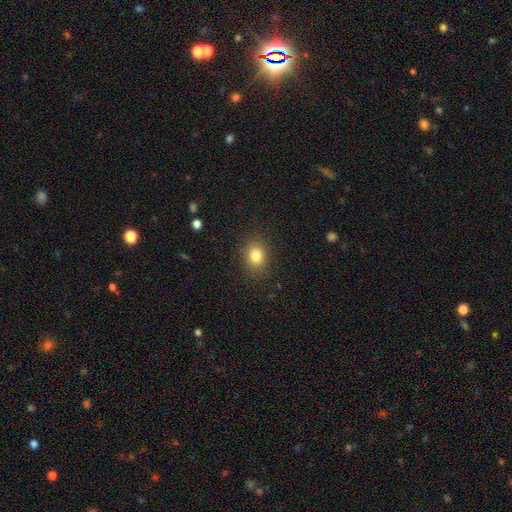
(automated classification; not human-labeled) This appears to be a smooth galaxy with no disk features (82%) that is in between round and cigar-shaped (51%). Merging: none (86%).